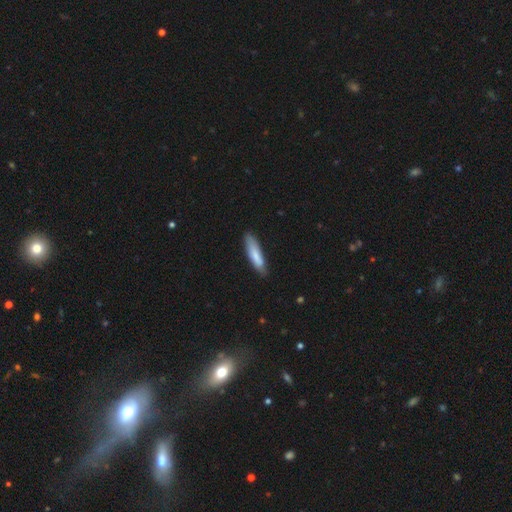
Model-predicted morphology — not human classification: smooth 77%, featured or disk 17%, star or artifact 5%. Down the decision tree: how rounded — cigar-shaped (71%); merging — none (77%).